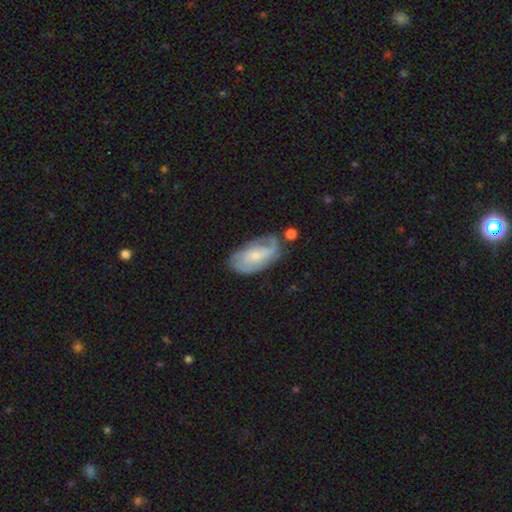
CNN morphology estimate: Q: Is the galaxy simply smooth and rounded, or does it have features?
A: featured or disk — 70%.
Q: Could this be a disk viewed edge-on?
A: no — 95%.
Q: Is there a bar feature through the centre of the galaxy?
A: no — 55%.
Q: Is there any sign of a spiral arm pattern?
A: yes — 88%.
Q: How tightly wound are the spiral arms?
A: medium — 40%, tied with tight.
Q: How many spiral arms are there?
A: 2 — 45%.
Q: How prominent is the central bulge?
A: small — 67%.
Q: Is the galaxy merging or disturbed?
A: none — 57%.